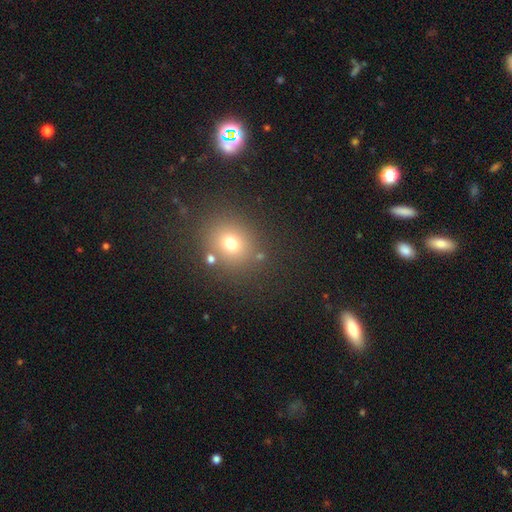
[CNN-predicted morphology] This is possibly a smooth galaxy (58%). How rounded: clearly round (83%). Merging: clearly none (83%).